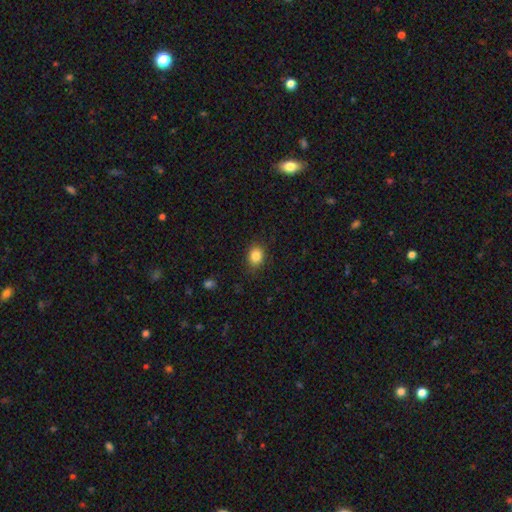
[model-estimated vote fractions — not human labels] smooth-or-featured: smooth: 84% | star or artifact: 10% | featured or disk: 5%
  how-rounded: round: 57% | in between: 42% | cigar-shaped: 1%
  merging: none: 85% | minor disturbance: 11% | major disturbance: 3% | merger: 1%